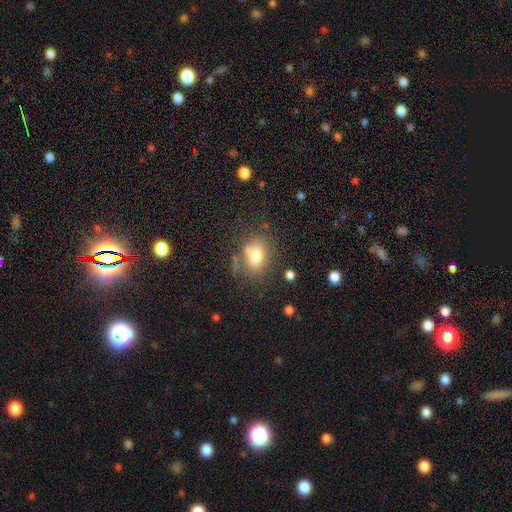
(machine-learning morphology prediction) Smooth or featured? smooth (73%)
How rounded? in between (64%)
Merging? none (62%)